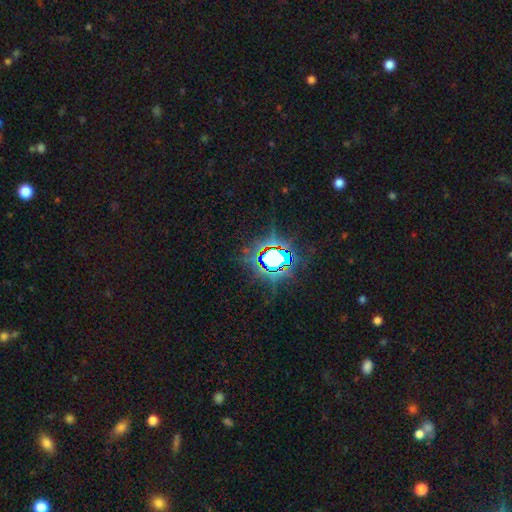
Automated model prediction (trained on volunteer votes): star or artifact 83%, smooth 10%, featured or disk 7%.